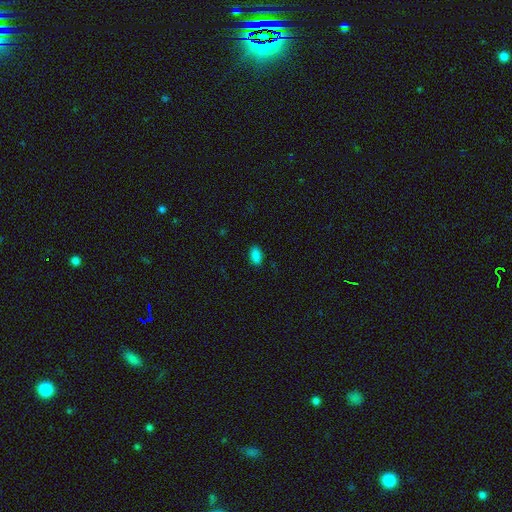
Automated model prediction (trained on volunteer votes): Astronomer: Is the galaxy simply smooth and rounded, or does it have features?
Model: smooth — 87%.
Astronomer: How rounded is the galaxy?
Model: in between — 93%.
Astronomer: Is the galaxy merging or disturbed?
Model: none — 88%.